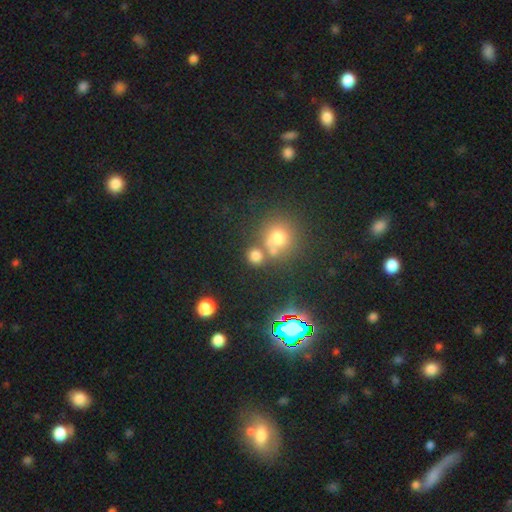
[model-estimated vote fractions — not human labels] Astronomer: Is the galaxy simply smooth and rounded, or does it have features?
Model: smooth — 69%.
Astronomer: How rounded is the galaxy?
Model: round — 84%.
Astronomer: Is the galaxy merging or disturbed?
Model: none — 65%.